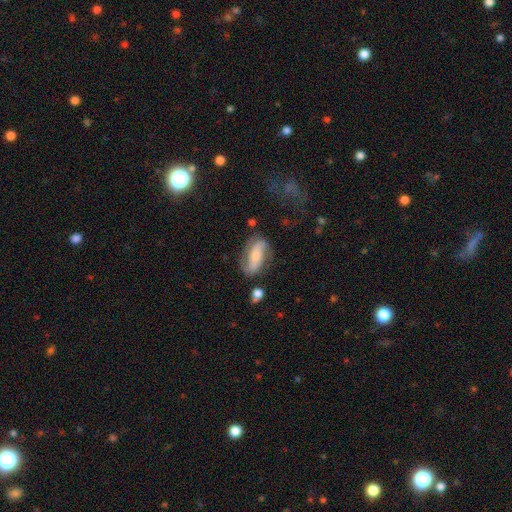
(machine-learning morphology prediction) Overall: featured or disk (62%; smooth 31%). Edge-on disk: no (89%). Bar: no (42%; strong 34%). Spiral arms: yes (85%). Bulge size: small (55%; moderate 35%). Merging: none (71%).